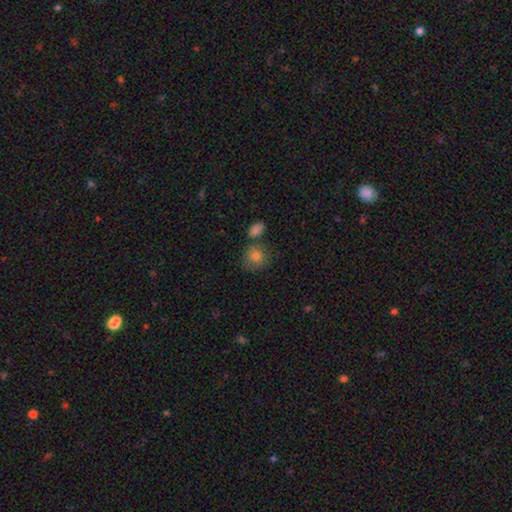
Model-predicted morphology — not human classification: A smooth galaxy with no disk features (74%) that is round (73%). Merging: none (56%).